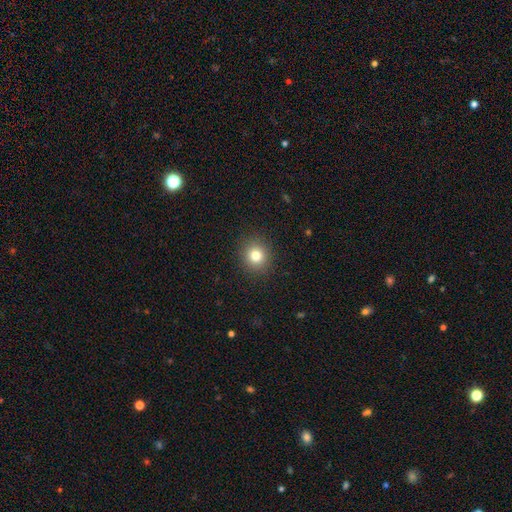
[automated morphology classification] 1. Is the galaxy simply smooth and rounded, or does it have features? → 80% smooth, 13% star or artifact, 7% featured or disk.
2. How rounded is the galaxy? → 88% round, 11% in between, 1% cigar-shaped.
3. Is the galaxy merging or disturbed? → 91% none, 6% minor disturbance, 2% major disturbance, 1% merger.